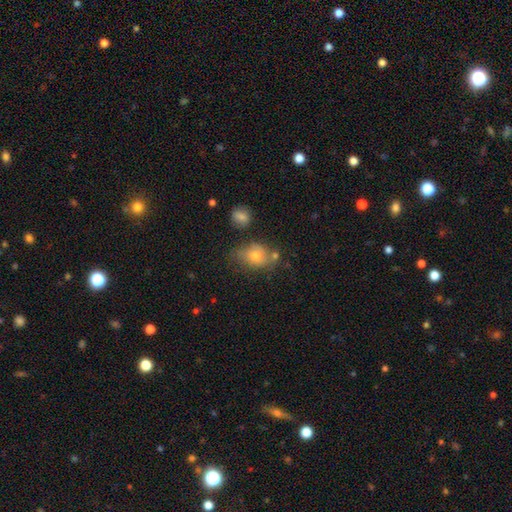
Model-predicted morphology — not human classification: A smooth galaxy with no disk features (70%) that is in between round and cigar-shaped (58%). Merging: none (57%).